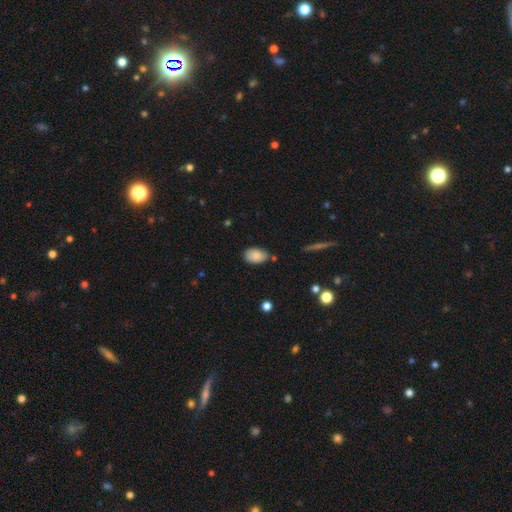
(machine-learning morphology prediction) Overall: smooth (87%). How rounded: in between (90%). Merging: none (74%).